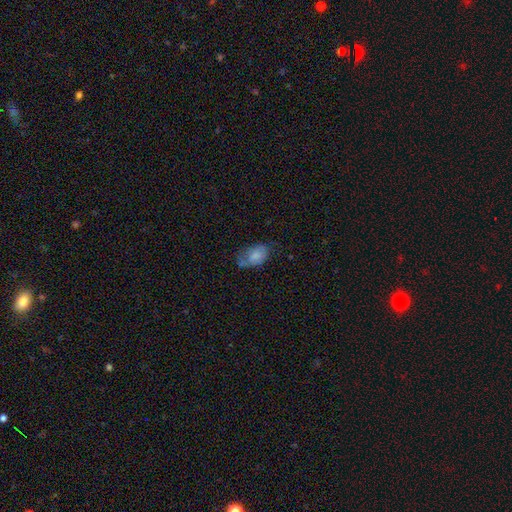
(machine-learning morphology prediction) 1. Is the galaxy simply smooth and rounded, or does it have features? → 73% smooth, 19% featured or disk, 8% star or artifact.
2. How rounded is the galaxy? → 89% in between, 10% round, 1% cigar-shaped.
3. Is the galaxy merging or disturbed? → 40% none, 34% minor disturbance, 18% major disturbance, 8% merger.